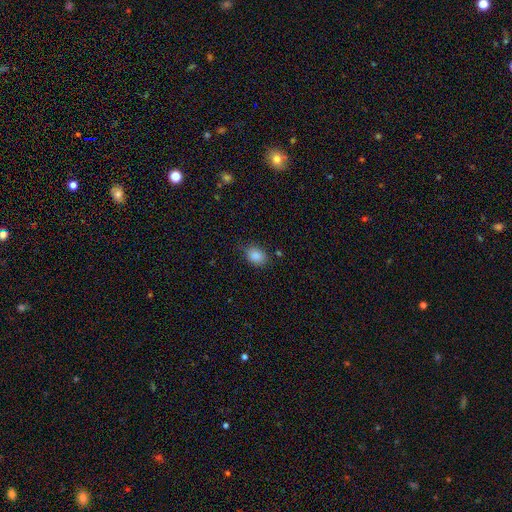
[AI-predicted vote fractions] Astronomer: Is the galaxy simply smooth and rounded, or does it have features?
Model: smooth — 87%.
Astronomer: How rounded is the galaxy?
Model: in between — 71%.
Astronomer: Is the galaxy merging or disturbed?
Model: none — 78%.